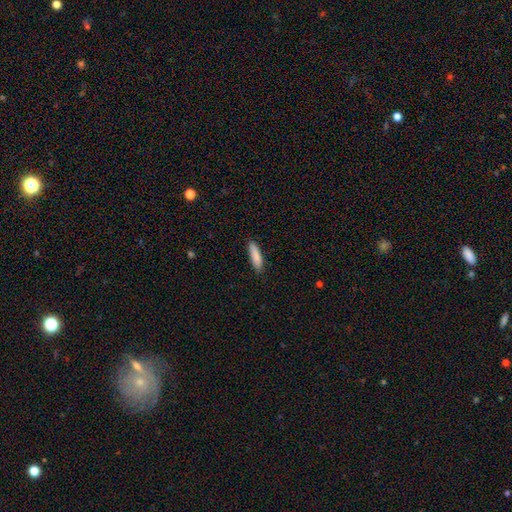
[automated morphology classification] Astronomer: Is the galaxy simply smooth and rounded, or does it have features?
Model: smooth — 86%.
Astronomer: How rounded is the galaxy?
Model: cigar-shaped — 71%.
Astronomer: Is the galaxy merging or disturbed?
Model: none — 87%.